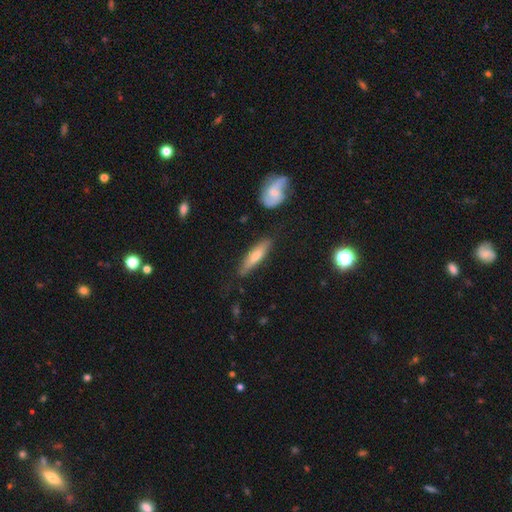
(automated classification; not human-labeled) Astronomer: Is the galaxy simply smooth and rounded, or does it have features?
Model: smooth — 57% (runner-up: featured or disk, 37%).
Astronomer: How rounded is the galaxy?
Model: cigar-shaped — 76%.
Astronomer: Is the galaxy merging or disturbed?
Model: none — 78%.